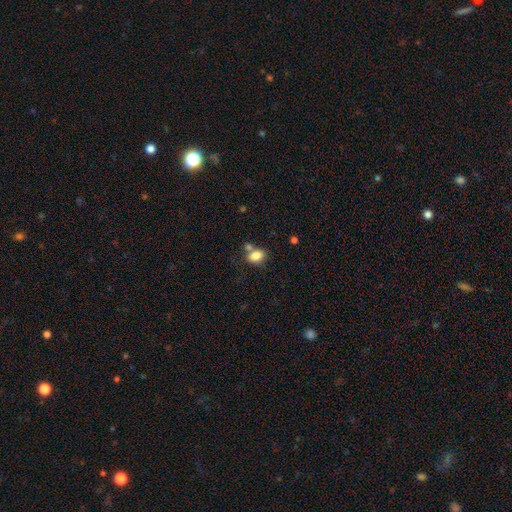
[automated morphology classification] Q: Smooth or featured?
A: smooth (83%); runner-up: star or artifact (9%)
Q: How rounded?
A: in between (74%); runner-up: round (24%)
Q: Merging?
A: none (53%); runner-up: merger (27%)